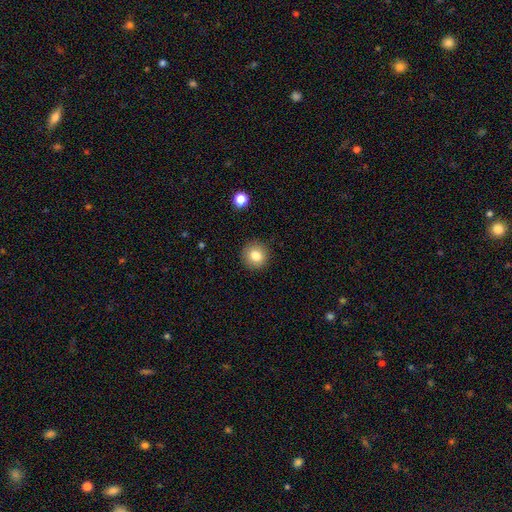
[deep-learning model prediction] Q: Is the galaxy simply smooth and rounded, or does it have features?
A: smooth — 82%.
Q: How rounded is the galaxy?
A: round — 92%.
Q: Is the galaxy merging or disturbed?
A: none — 91%.